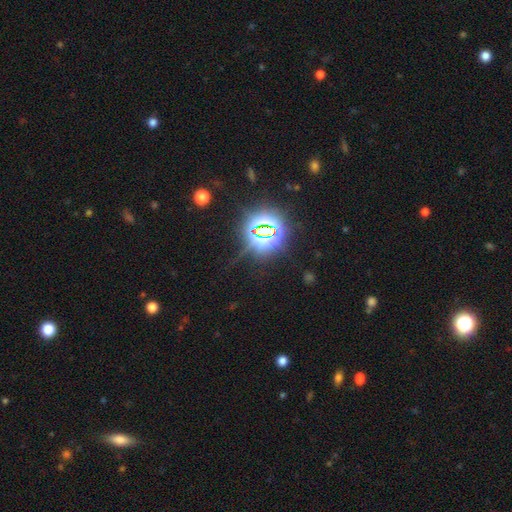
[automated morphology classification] type=star or artifact (80%).